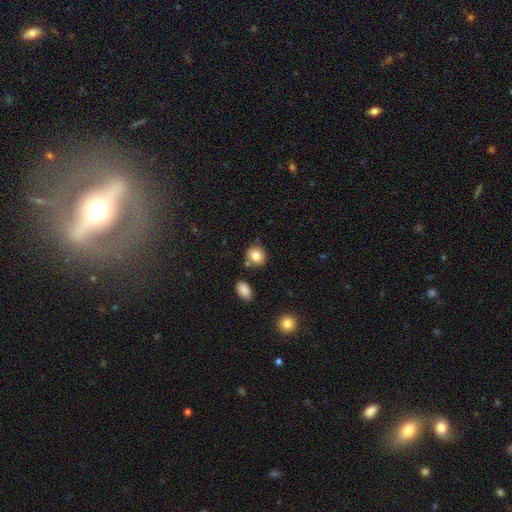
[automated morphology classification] Smooth or featured?
  - smooth: 82% *
  - featured or disk: 9%
  - star or artifact: 9%
How rounded?
  - round: 83% *
  - in between: 16%
  - cigar-shaped: 1%
Merging?
  - none: 76% *
  - minor disturbance: 12%
  - merger: 10%
  - major disturbance: 3%